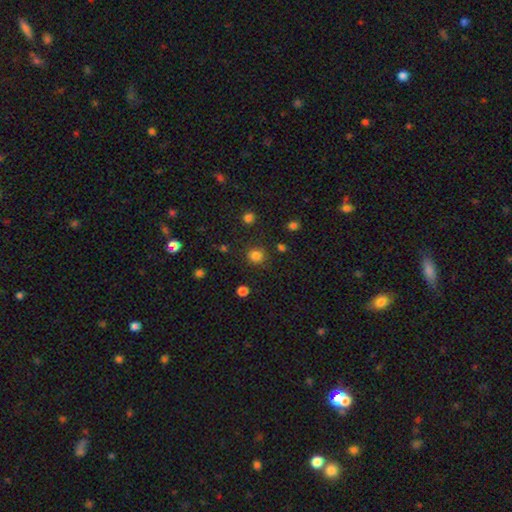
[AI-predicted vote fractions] smooth-or-featured: smooth: 81% | star or artifact: 15% | featured or disk: 4%
  how-rounded: round: 89% | in between: 10% | cigar-shaped: 1%
  merging: none: 85% | minor disturbance: 9% | major disturbance: 3% | merger: 3%